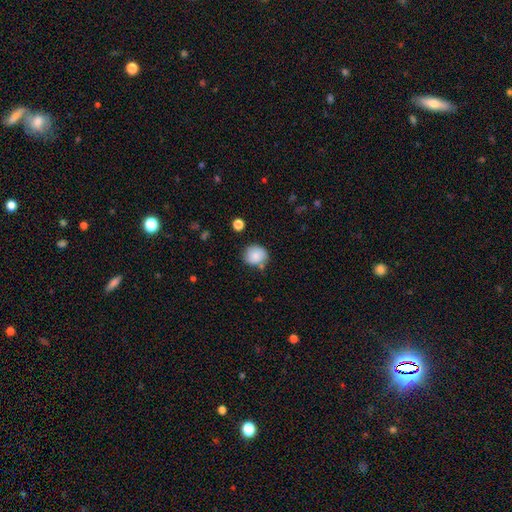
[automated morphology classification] This is clearly a smooth galaxy (85%). How rounded: clearly round (82%). Merging: likely none (70%).